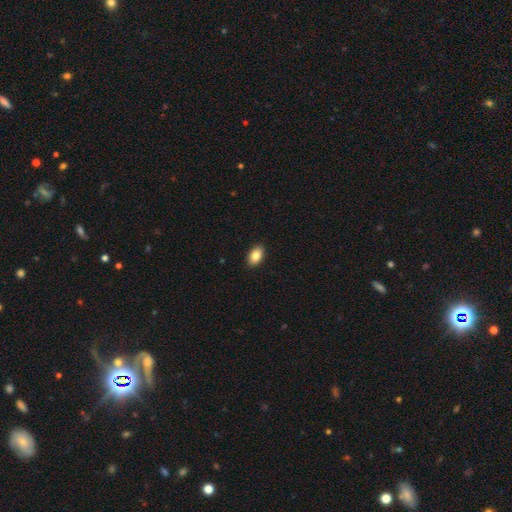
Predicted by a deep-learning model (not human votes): The model was most divided on "smooth or featured": smooth: 85%, star or artifact: 8%, featured or disk: 8%. More confident: how rounded — in between (91%); merging — none (90%).